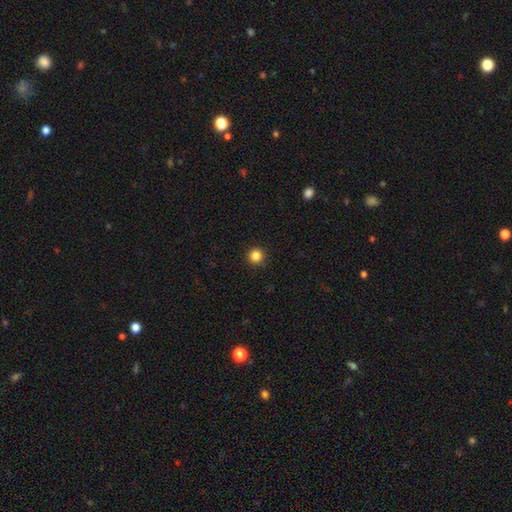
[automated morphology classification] This appears to be a smooth galaxy with no disk features (85%) that is round (96%). Merging: none (93%).